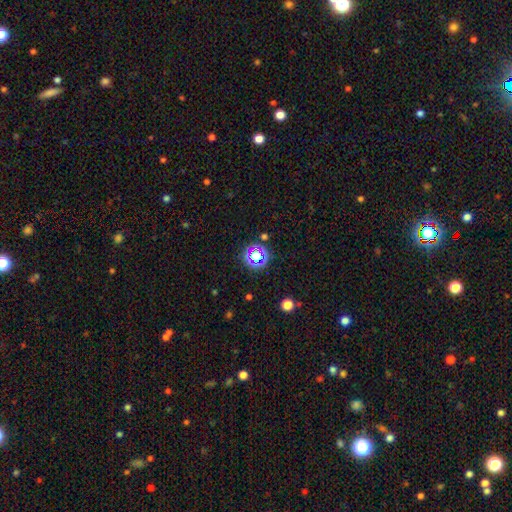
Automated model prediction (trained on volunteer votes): Morphology: type=star or artifact (64%).